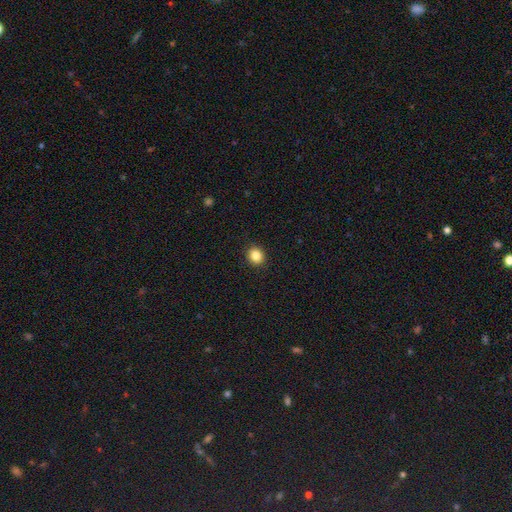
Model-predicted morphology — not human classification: Smooth or featured? Predicted: smooth (p=0.85). How rounded? Predicted: round (p=0.81). Merging? Predicted: none (p=0.92).